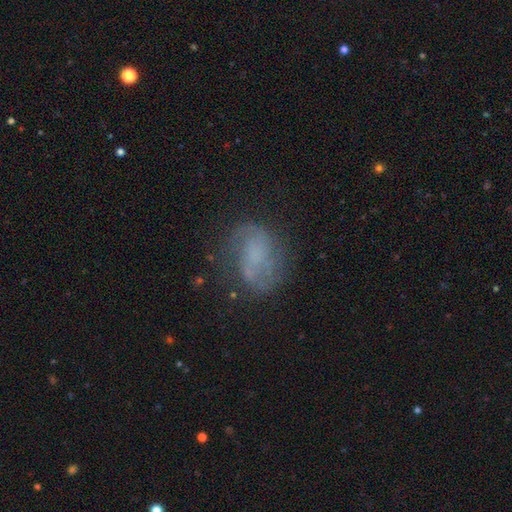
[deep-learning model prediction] Smooth or featured?
  - featured or disk: 64% *
  - smooth: 25%
  - star or artifact: 11%
Edge-on disk?
  - no: 98% *
  - yes: 2%
Bar?
  - no: 66% *
  - weak: 28%
  - strong: 7%
Spiral arms?
  - yes: 79% *
  - no: 21%
Bulge size?
  - none: 59% *
  - small: 22%
  - moderate: 13%
  - large: 5%
  - dominant: 2%
Merging?
  - none: 63% *
  - minor disturbance: 20%
  - major disturbance: 14%
  - merger: 3%